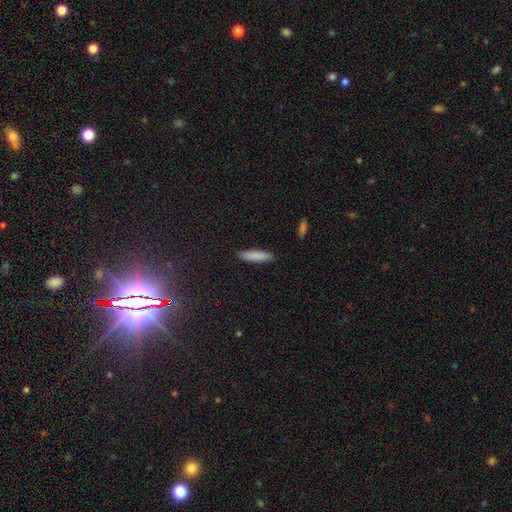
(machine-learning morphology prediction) type=smooth (86%); roundness=cigar-shaped (76%); merging=none (89%).